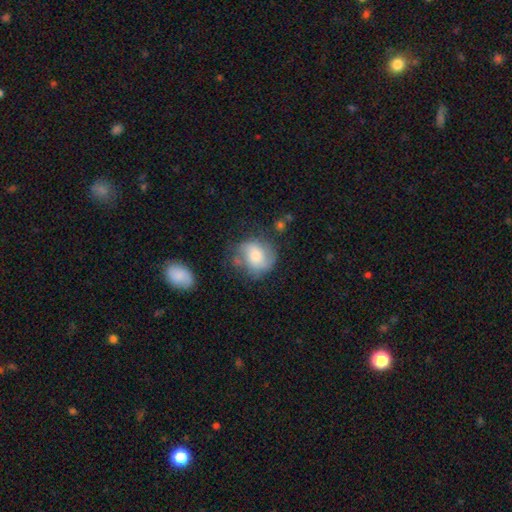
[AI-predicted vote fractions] featured or disk 47%, smooth 45%, star or artifact 8%. Down the decision tree: merging — none (54%).